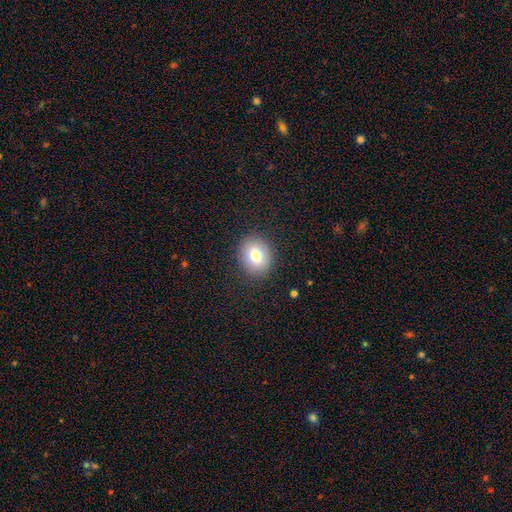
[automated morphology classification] Smooth or featured: smooth — 77% (featured or disk — 12%)
How rounded: round — 71% (in between — 28%)
Merging: none — 89% (minor disturbance — 7%)